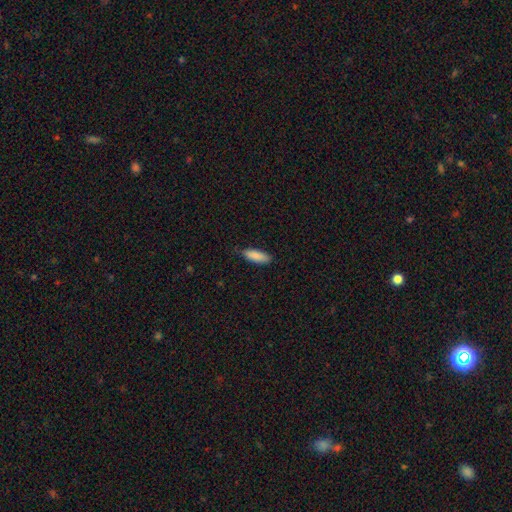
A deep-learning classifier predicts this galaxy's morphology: Smooth or featured?
  - smooth: 89% *
  - star or artifact: 6%
  - featured or disk: 6%
How rounded?
  - in between: 61% *
  - cigar-shaped: 37%
  - round: 2%
Merging?
  - none: 78% *
  - minor disturbance: 18%
  - major disturbance: 3%
  - merger: 1%